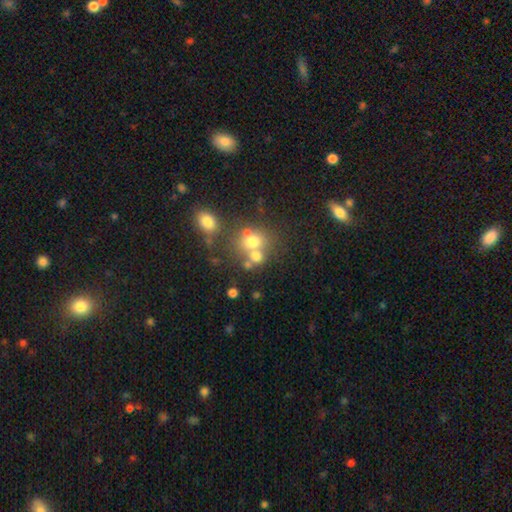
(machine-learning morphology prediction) smooth 66%, featured or disk 18%, star or artifact 16%. Down the decision tree: how rounded — round (66%); merging — merger (44%).